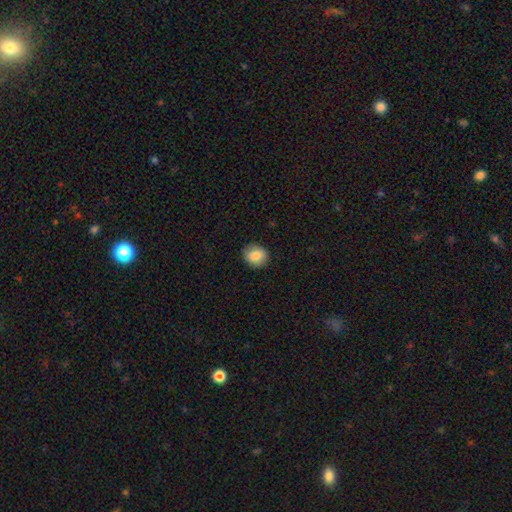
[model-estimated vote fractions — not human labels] Morphology: type=smooth (86%); roundness=round (73%); merging=none (88%).